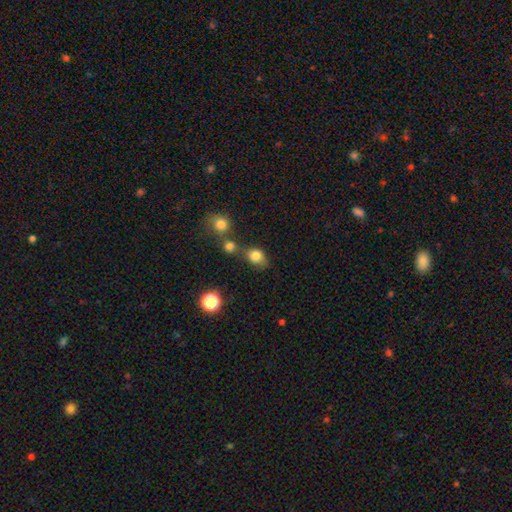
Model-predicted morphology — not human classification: This is clearly a smooth galaxy (80%). How rounded: possibly in between (50%). Merging: possibly none (49%).